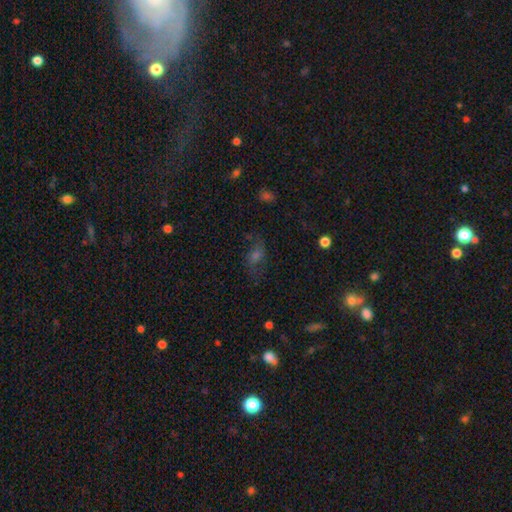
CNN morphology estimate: featured or disk 36%, smooth 35%, star or artifact 29%. Down the decision tree: merging — none (67%).